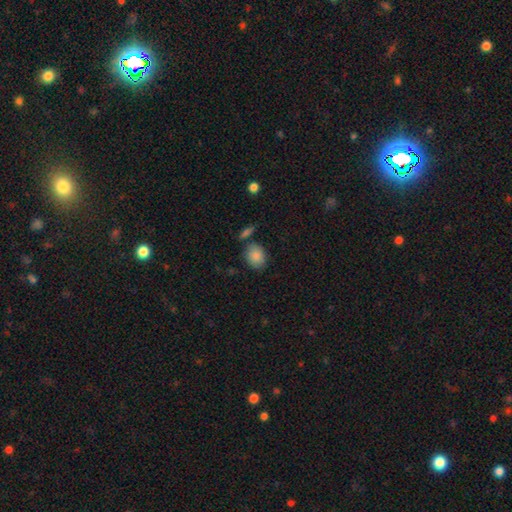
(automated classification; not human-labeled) Overall: smooth (87%). How rounded: in between (53%; round 45%). Merging: none (72%).